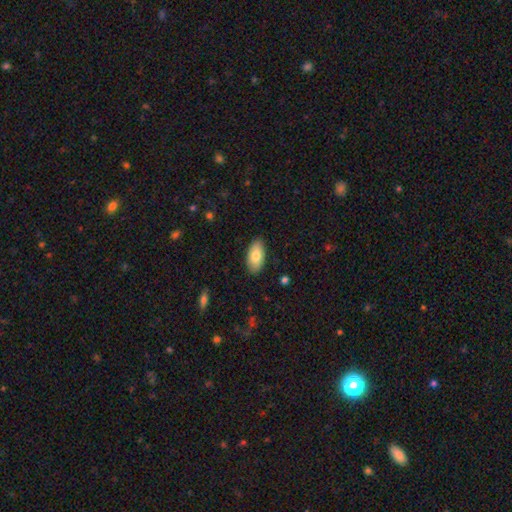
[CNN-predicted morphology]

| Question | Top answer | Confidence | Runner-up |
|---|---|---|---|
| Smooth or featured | smooth | 81% | featured or disk (13%) |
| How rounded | in between | 93% | cigar-shaped (4%) |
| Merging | none | 88% | minor disturbance (9%) |